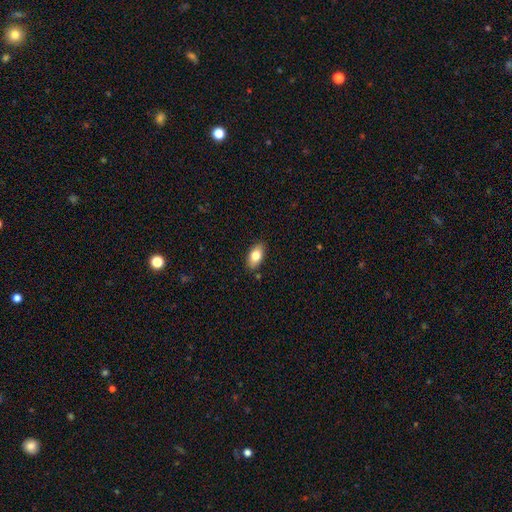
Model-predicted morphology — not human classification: The model was most divided on "smooth or featured": smooth: 80%, featured or disk: 13%, star or artifact: 7%. More confident: how rounded — in between (92%); merging — none (86%).